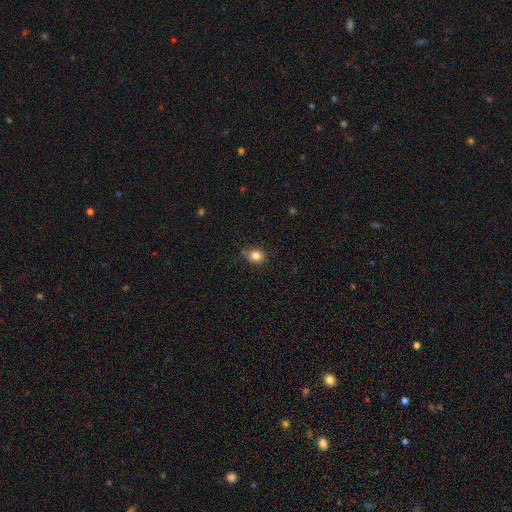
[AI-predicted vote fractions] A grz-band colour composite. It shows a smooth galaxy with no disk features (84%) that is round (79%). Merging: none (79%).